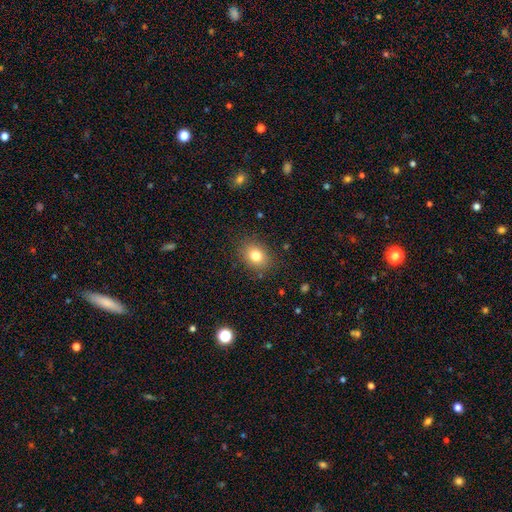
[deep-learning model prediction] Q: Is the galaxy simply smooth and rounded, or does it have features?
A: smooth — 80%.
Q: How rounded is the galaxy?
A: in between — 53%.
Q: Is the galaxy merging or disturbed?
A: none — 86%.